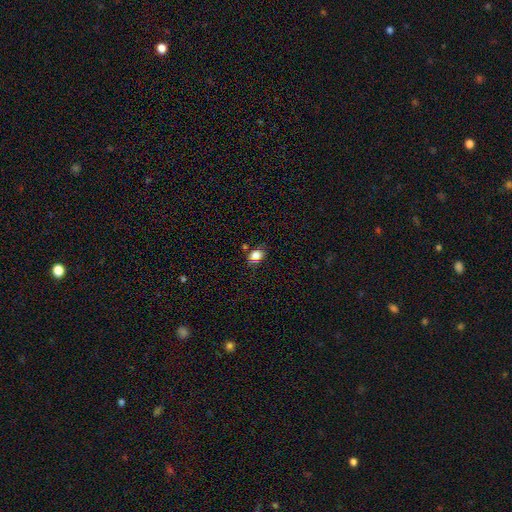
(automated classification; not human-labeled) A smooth galaxy with no disk features (80%) that is in between round and cigar-shaped (62%).

Vote fractions:
- Smooth or featured? smooth: 80% / star or artifact: 12% / featured or disk: 8%
- How rounded? in between: 62% / round: 37% / cigar-shaped: 1%
- Merging? none: 73% / minor disturbance: 16% / merger: 6% / major disturbance: 4%